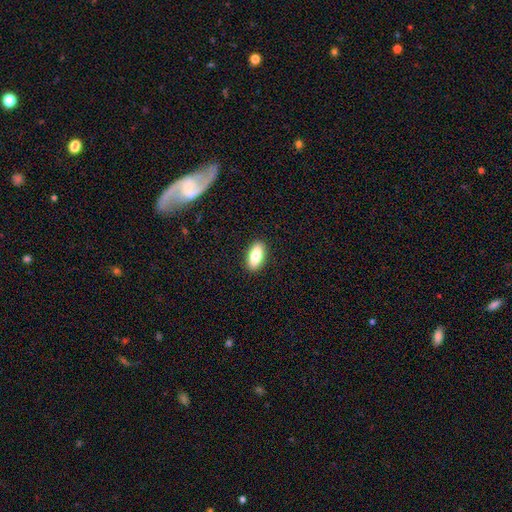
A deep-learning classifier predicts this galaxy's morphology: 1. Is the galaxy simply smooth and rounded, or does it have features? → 79% smooth, 14% featured or disk, 7% star or artifact.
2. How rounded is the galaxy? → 85% in between, 11% cigar-shaped, 3% round.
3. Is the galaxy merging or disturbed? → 90% none, 7% minor disturbance, 2% major disturbance, 1% merger.